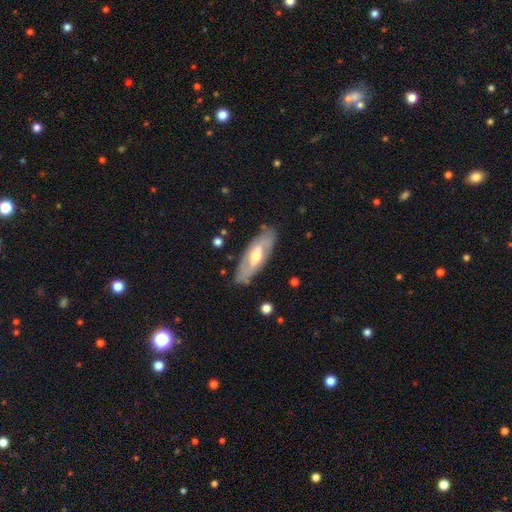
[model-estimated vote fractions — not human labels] featured or disk 63%, smooth 32%, star or artifact 5%. Down the decision tree: edge-on disk — no (78%); merging — none (81%).